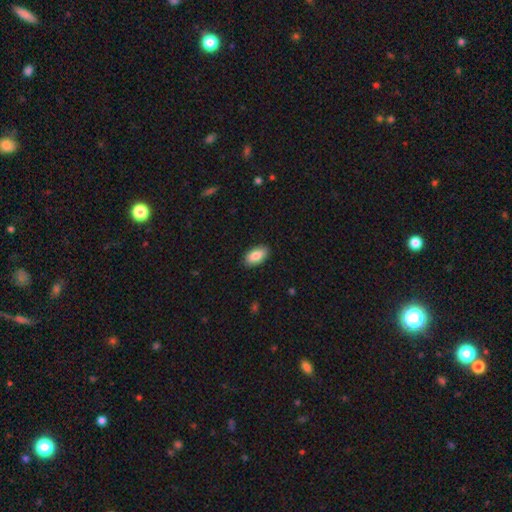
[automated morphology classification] smooth 87%, featured or disk 7%, star or artifact 6%. Down the decision tree: how rounded — in between (94%); merging — none (89%).